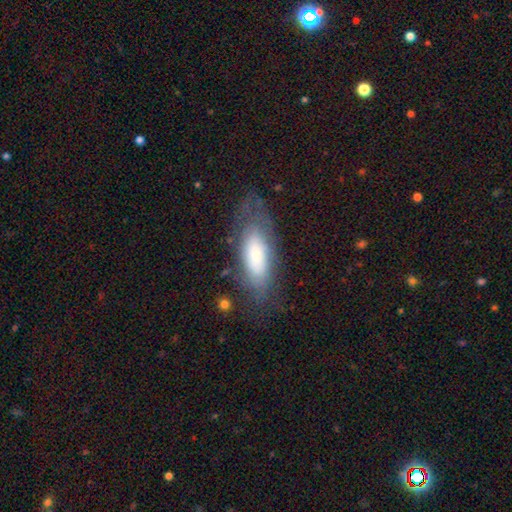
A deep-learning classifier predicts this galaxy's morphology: Overall: smooth (56%; featured or disk 36%). How rounded: in between (78%). Merging: none (62%; minor disturbance 23%).